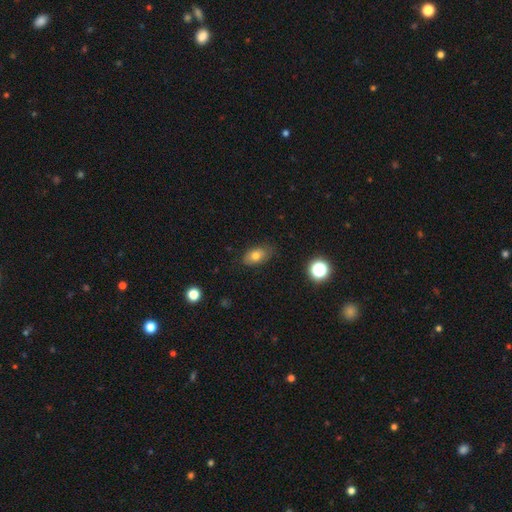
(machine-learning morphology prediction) smooth-or-featured: smooth: 73% | featured or disk: 17% | star or artifact: 10%
  how-rounded: in between: 87% | round: 11% | cigar-shaped: 3%
  merging: none: 77% | minor disturbance: 18% | major disturbance: 4% | merger: 1%